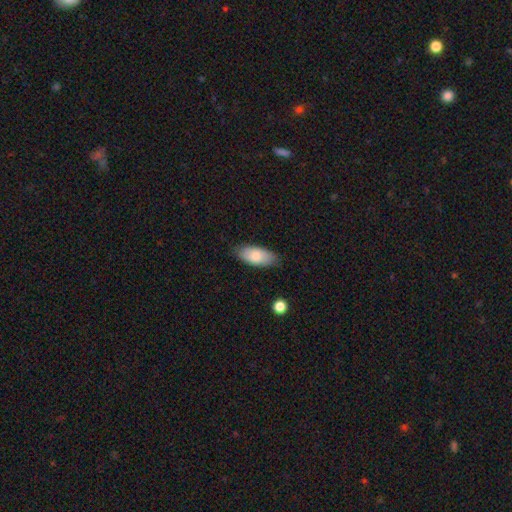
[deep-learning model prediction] A smooth galaxy with no disk features (80%) that is in between round and cigar-shaped (89%). Merging: none (80%).